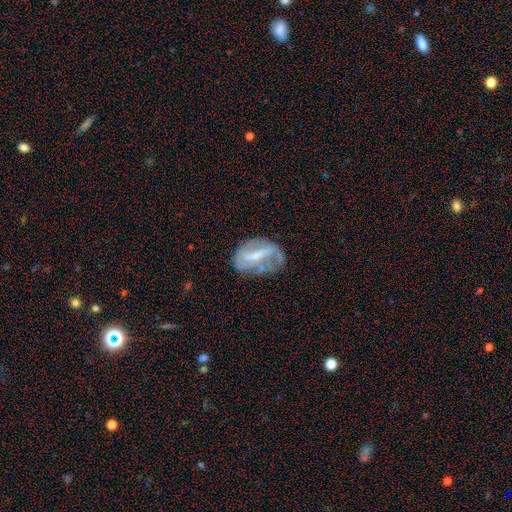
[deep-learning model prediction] This is likely a featured or disk galaxy (66%). It is clearly not viewed edge-on (95%). Bar: possibly strong (49%). Spiral arm pattern: possibly yes (54%). Central bulge: marginally small (37%). Merging: possibly none (45%).